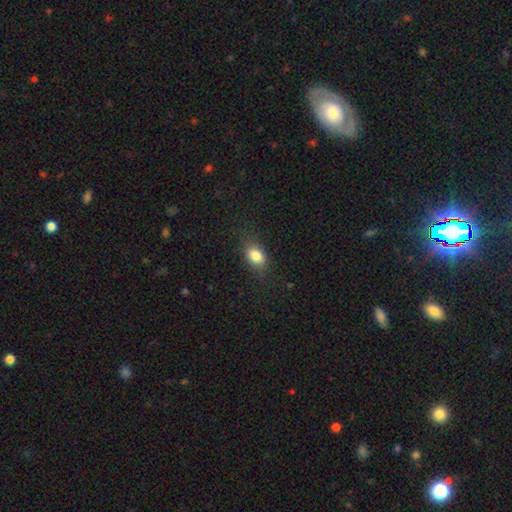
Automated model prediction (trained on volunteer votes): smooth-or-featured: smooth: 83% | star or artifact: 10% | featured or disk: 8%
  how-rounded: in between: 75% | round: 23% | cigar-shaped: 2%
  merging: none: 81% | minor disturbance: 14% | major disturbance: 4% | merger: 1%